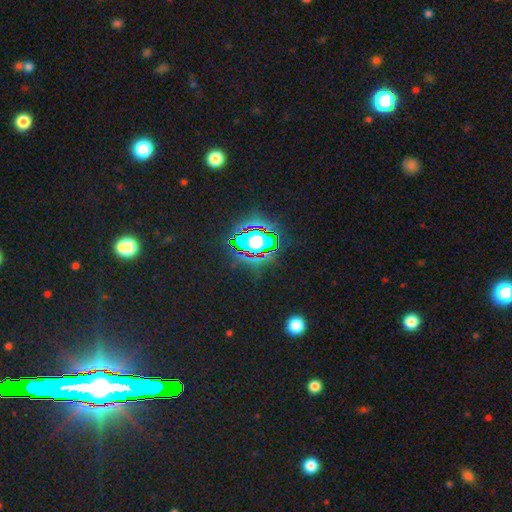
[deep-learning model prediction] This appears to be a star or artifact, not a galaxy (82%).